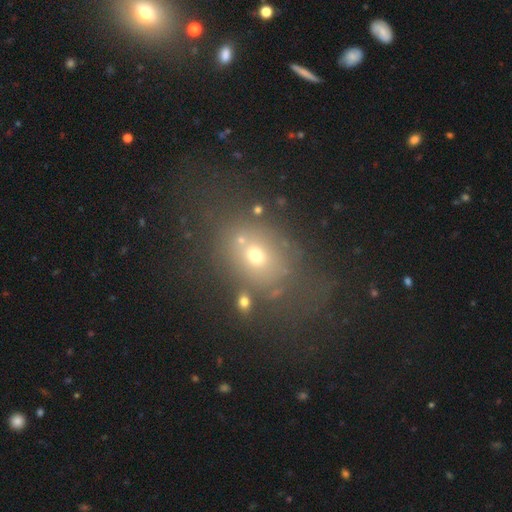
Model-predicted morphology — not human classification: Smooth or featured? Predicted: smooth (p=0.57). How rounded? Predicted: in between (p=0.55). Merging? Predicted: none (p=0.59).